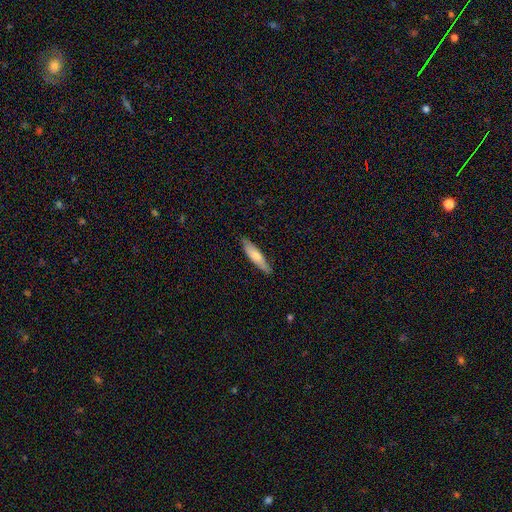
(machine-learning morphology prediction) smooth-or-featured: smooth: 70% | featured or disk: 25% | star or artifact: 5%
  how-rounded: cigar-shaped: 75% | in between: 24% | round: 1%
  merging: none: 84% | minor disturbance: 13% | major disturbance: 2% | merger: 1%